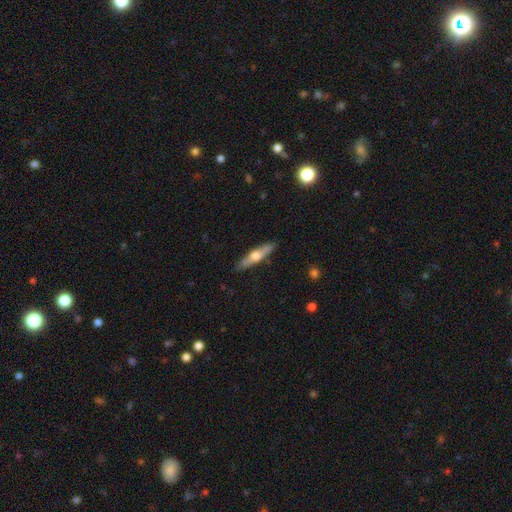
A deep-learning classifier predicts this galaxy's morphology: featured or disk 51%, smooth 44%, star or artifact 5%. Down the decision tree: edge-on disk — yes (92%); merging — none (88%).